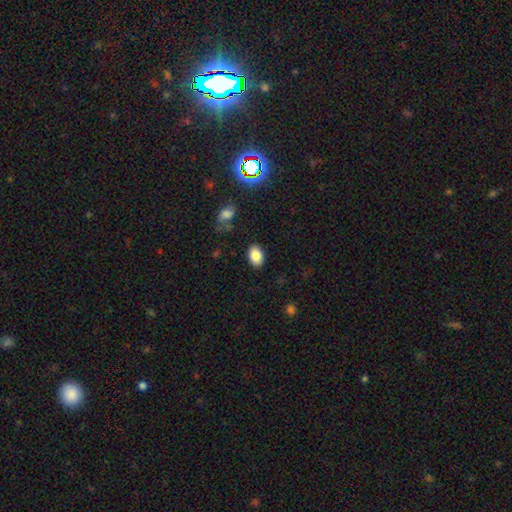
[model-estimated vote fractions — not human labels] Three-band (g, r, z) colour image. It shows a smooth galaxy with no disk features (85%) that is in between round and cigar-shaped (84%). Merging: none (86%).